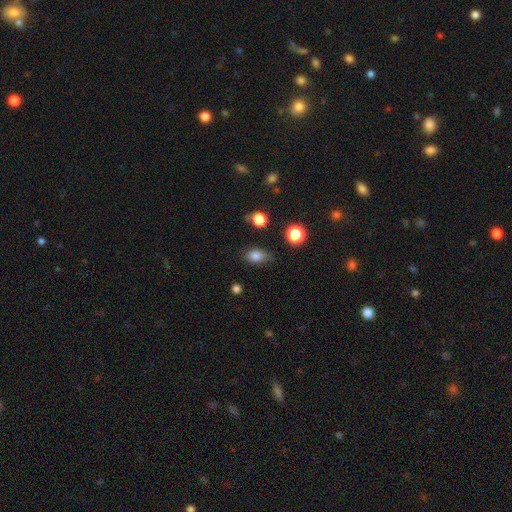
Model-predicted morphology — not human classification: Q: Smooth or featured?
A: smooth (83%); runner-up: star or artifact (11%)
Q: How rounded?
A: in between (79%); runner-up: round (19%)
Q: Merging?
A: none (74%); runner-up: minor disturbance (19%)